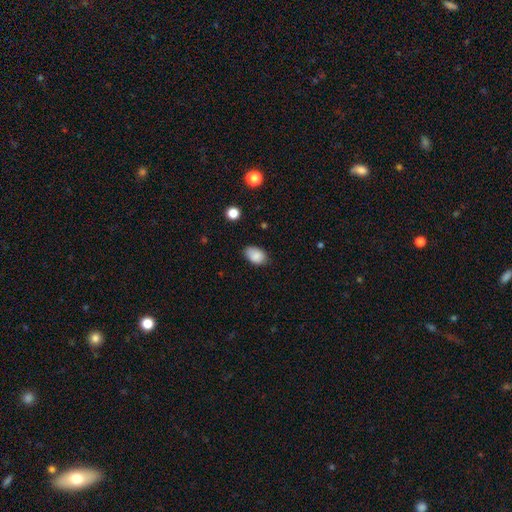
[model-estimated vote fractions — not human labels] A smooth galaxy with no disk features (87%) that is in between round and cigar-shaped (88%). Merging: none (77%).